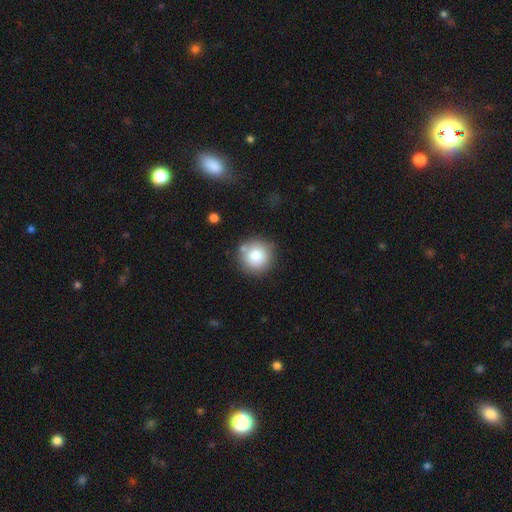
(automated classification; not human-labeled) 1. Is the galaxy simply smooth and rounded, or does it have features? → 79% smooth, 11% featured or disk, 9% star or artifact.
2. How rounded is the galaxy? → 94% round, 5% in between, 1% cigar-shaped.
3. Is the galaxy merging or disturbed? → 79% none, 11% minor disturbance, 6% merger, 3% major disturbance.